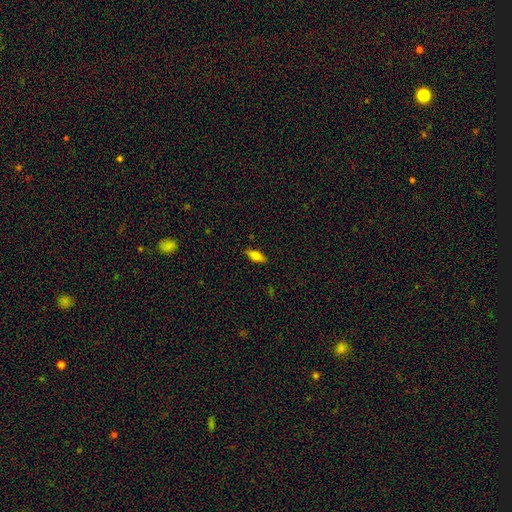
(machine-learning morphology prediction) Smooth or featured: smooth — 74% (featured or disk — 18%)
How rounded: in between — 75% (cigar-shaped — 22%)
Merging: none — 87% (minor disturbance — 10%)